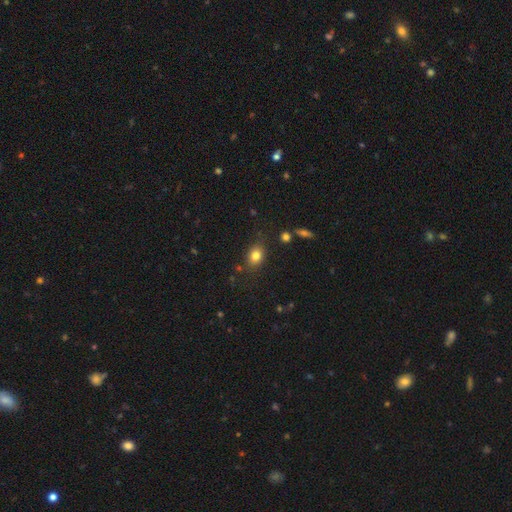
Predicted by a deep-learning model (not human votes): smooth_or_featured: smooth (p=0.80) [alt: star or artifact p=0.11]
how_rounded: in between (p=0.62) [alt: round p=0.36]
merging: none (p=0.79) [alt: minor disturbance p=0.14]